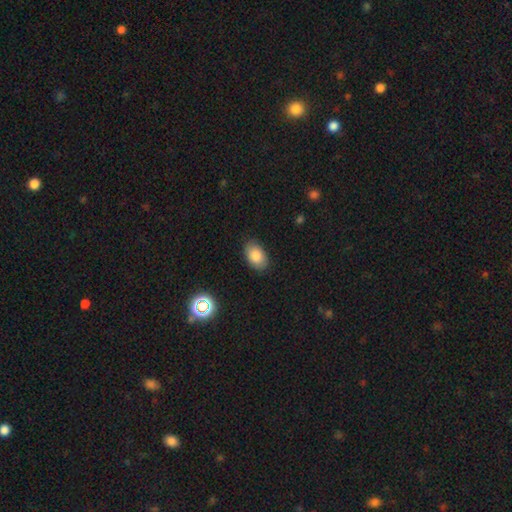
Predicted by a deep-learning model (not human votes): Smooth or featured?
  - smooth: 85% *
  - star or artifact: 8%
  - featured or disk: 7%
How rounded?
  - in between: 91% *
  - round: 8%
  - cigar-shaped: 1%
Merging?
  - none: 86% *
  - minor disturbance: 11%
  - major disturbance: 2%
  - merger: 1%